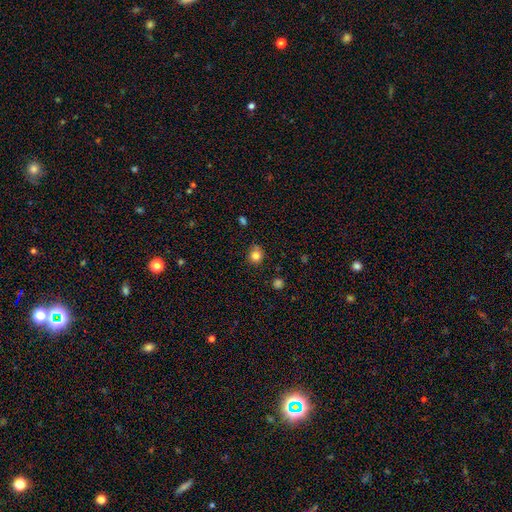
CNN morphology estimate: Smooth or featured? Predicted: smooth (p=0.82). How rounded? Predicted: round (p=0.86). Merging? Predicted: none (p=0.75).